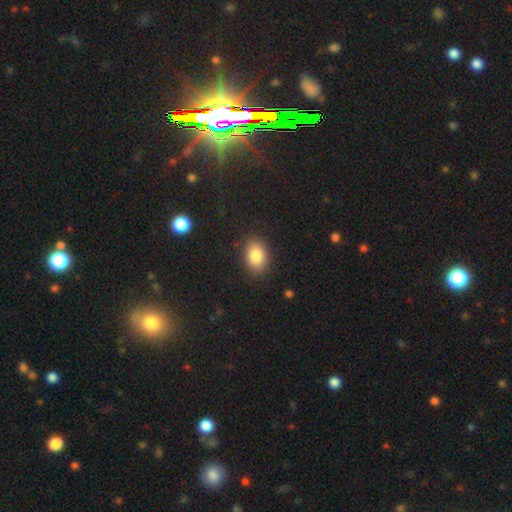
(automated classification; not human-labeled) Smooth or featured? Predicted: smooth (p=0.85). How rounded? Predicted: in between (p=0.76). Merging? Predicted: none (p=0.86).